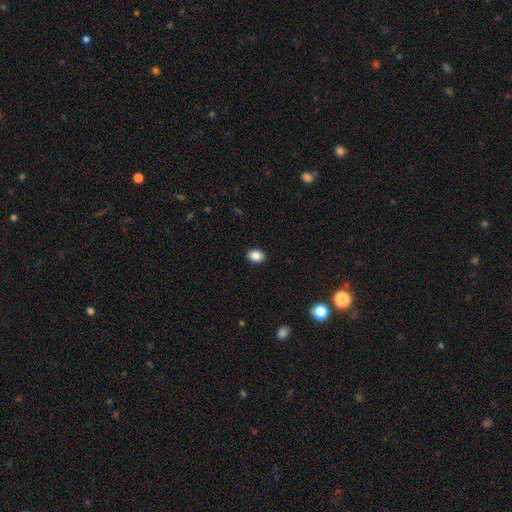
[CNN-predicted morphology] A smooth galaxy with no disk features (87%) that is in between round and cigar-shaped (59%). Merging: none (91%).